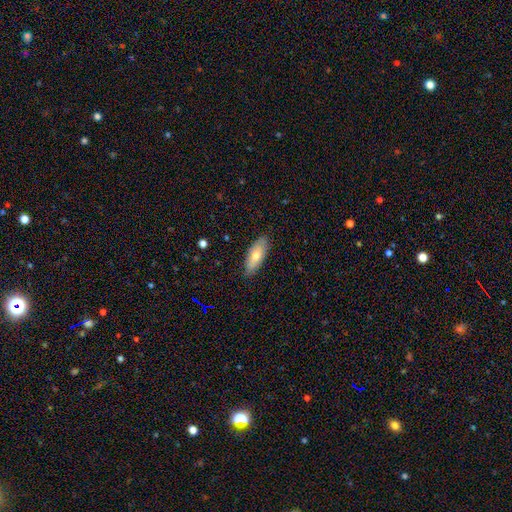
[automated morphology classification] smooth-or-featured: smooth: 69% | featured or disk: 25% | star or artifact: 7%
  how-rounded: in between: 74% | cigar-shaped: 24% | round: 2%
  merging: none: 85% | minor disturbance: 12% | major disturbance: 2% | merger: 1%